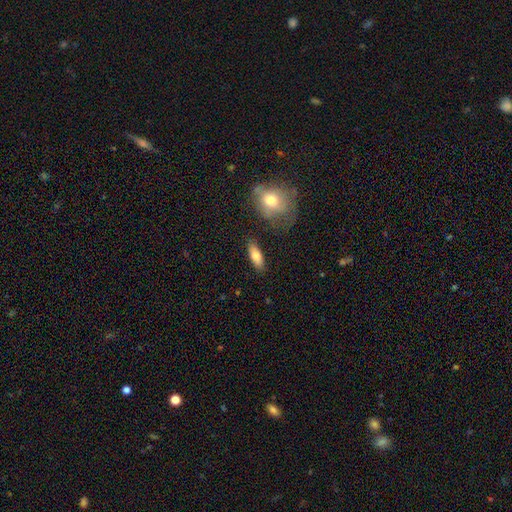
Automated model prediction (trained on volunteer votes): Smooth or featured? Predicted: smooth (p=0.77). How rounded? Predicted: in between (p=0.72). Merging? Predicted: none (p=0.82).